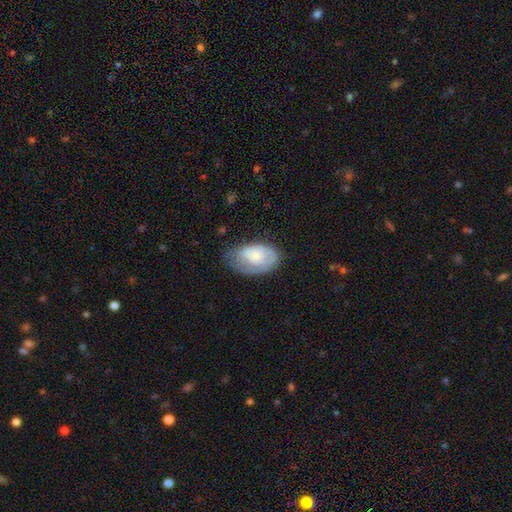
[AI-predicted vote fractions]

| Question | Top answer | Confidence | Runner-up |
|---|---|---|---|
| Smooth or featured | smooth | 62% | featured or disk (32%) |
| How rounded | in between | 92% | round (7%) |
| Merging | none | 49% | minor disturbance (36%) |